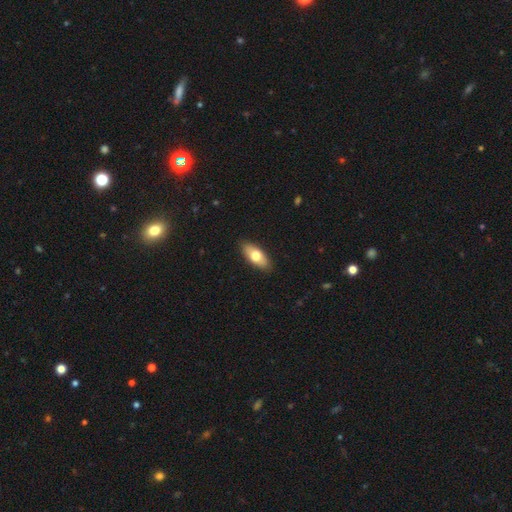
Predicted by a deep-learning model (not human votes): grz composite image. It shows a smooth galaxy with no disk features (71%) that is in between round and cigar-shaped (84%). Merging: none (89%).